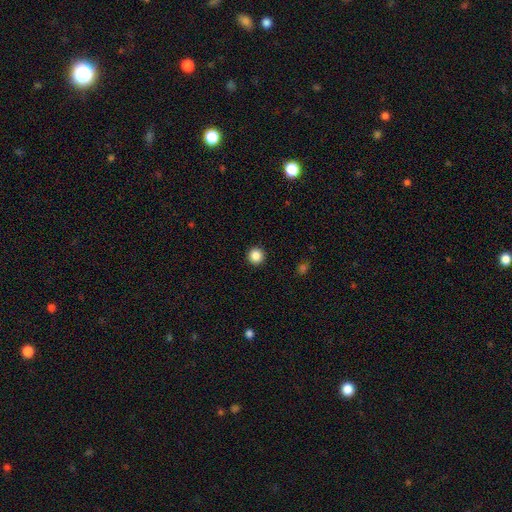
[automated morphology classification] The model was most divided on "smooth or featured": smooth: 86%, star or artifact: 10%, featured or disk: 4%. More confident: how rounded — round (95%); merging — none (93%).